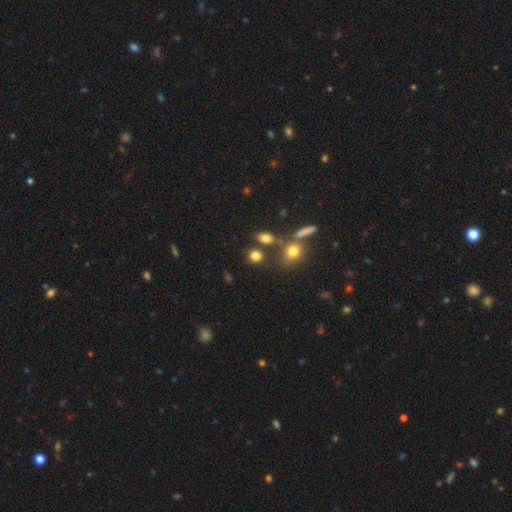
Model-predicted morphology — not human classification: The model was most divided on "how rounded": round: 60%, in between: 36%, cigar-shaped: 3%. More confident: smooth or featured — smooth (78%); merging — none (65%).